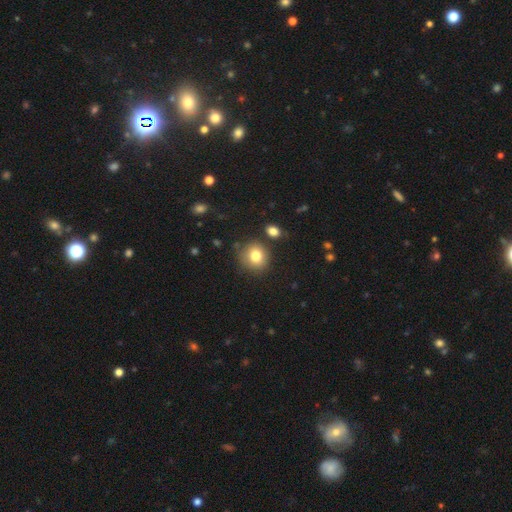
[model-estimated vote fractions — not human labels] Smooth or featured? smooth (79%)
How rounded? round (84%)
Merging? none (81%)